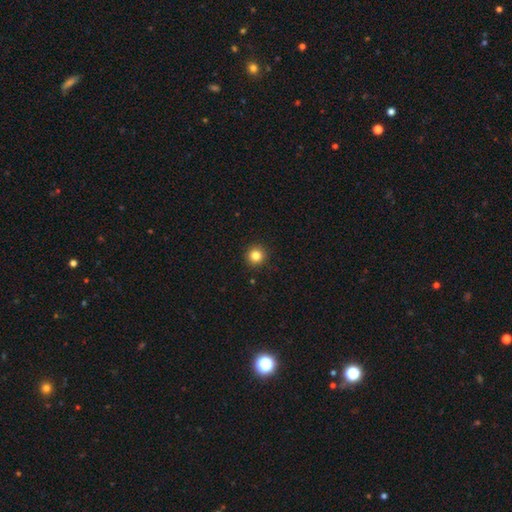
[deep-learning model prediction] Smooth or featured?
  - smooth: 83% *
  - star or artifact: 12%
  - featured or disk: 5%
How rounded?
  - round: 95% *
  - in between: 4%
  - cigar-shaped: 1%
Merging?
  - none: 93% *
  - minor disturbance: 5%
  - major disturbance: 2%
  - merger: 1%